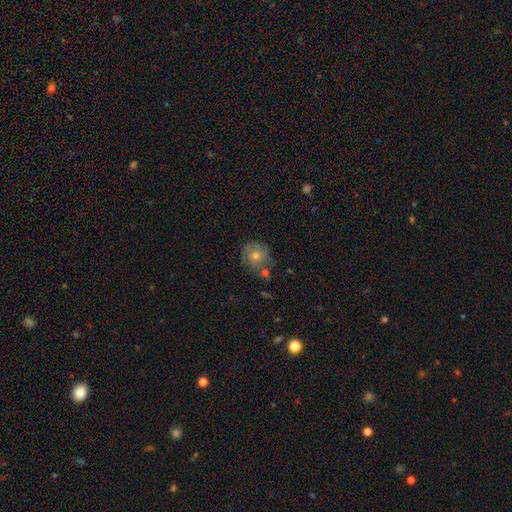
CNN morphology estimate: A smooth galaxy with no disk features (46%).

Vote fractions:
- Smooth or featured? smooth: 46% / featured or disk: 38% / star or artifact: 16%
- Merging? none: 71% / minor disturbance: 17% / merger: 7% / major disturbance: 6%